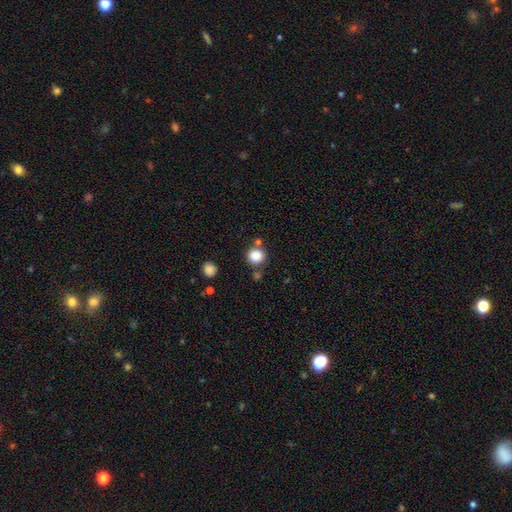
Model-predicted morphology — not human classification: Q: Smooth or featured?
A: smooth (85%); runner-up: star or artifact (11%)
Q: How rounded?
A: round (88%); runner-up: in between (11%)
Q: Merging?
A: none (73%); runner-up: merger (13%)